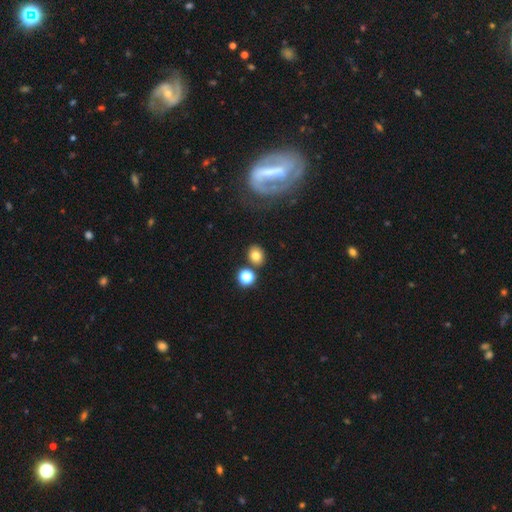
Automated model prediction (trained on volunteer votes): smooth_or_featured: smooth (p=0.77) [alt: star or artifact p=0.13]
how_rounded: round (p=0.54) [alt: in between p=0.45]
merging: none (p=0.79) [alt: minor disturbance p=0.09]